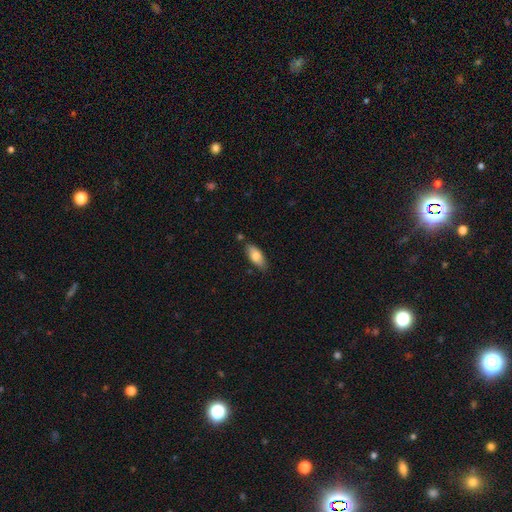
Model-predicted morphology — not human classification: Smooth or featured?
  - smooth: 77% *
  - featured or disk: 17%
  - star or artifact: 6%
How rounded?
  - in between: 83% *
  - cigar-shaped: 14%
  - round: 2%
Merging?
  - none: 78% *
  - minor disturbance: 16%
  - merger: 3%
  - major disturbance: 3%